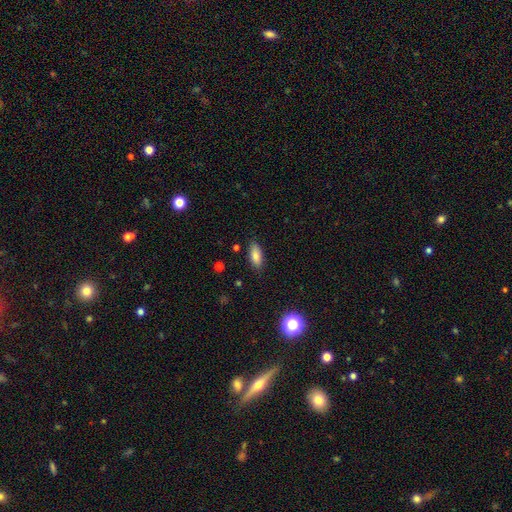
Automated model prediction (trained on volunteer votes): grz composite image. It shows a smooth galaxy with no disk features (82%) that is in between round and cigar-shaped (81%). Merging: none (85%).